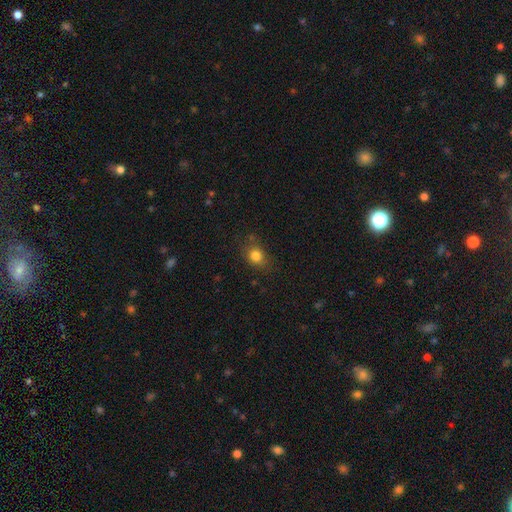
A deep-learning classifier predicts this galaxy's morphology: smooth-or-featured: smooth: 81% | star or artifact: 12% | featured or disk: 7%
  how-rounded: round: 53% | in between: 45% | cigar-shaped: 1%
  merging: none: 75% | minor disturbance: 18% | major disturbance: 5% | merger: 2%